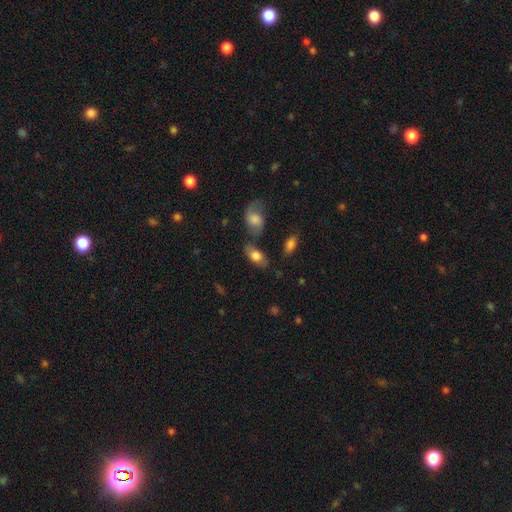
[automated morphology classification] Overall: smooth (74%). How rounded: in between (89%). Merging: none (62%).